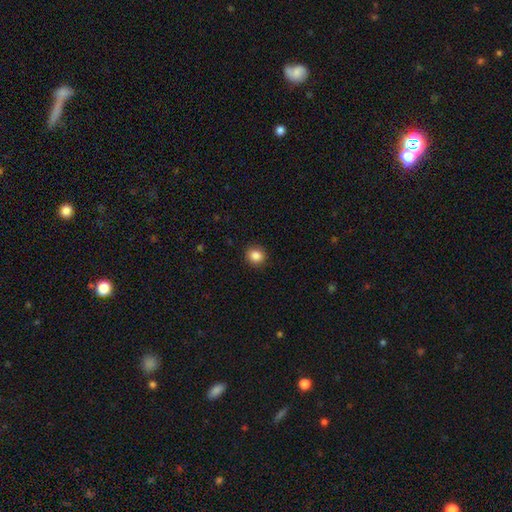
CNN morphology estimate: A smooth galaxy with no disk features (86%) that is round (86%).

Vote fractions:
- Smooth or featured? smooth: 86% / star or artifact: 10% / featured or disk: 4%
- How rounded? round: 86% / in between: 14% / cigar-shaped: 1%
- Merging? none: 91% / minor disturbance: 6% / major disturbance: 2% / merger: 1%